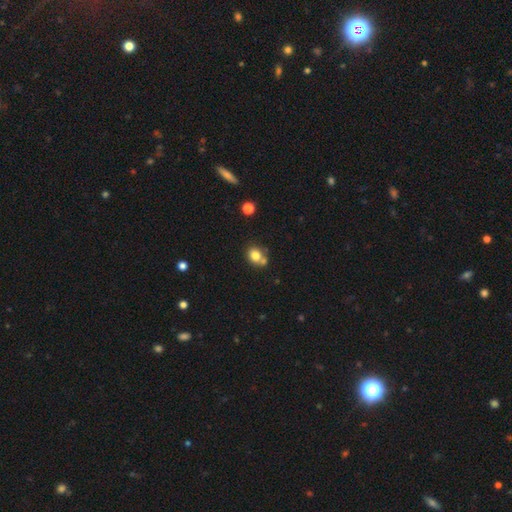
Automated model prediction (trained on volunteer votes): Smooth or featured? smooth (79%)
How rounded? round (66%)
Merging? none (56%)